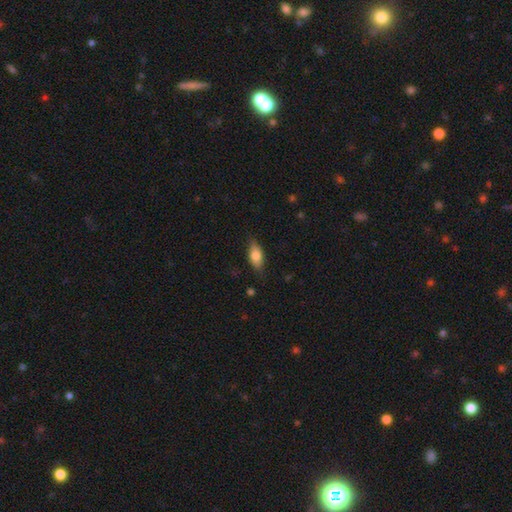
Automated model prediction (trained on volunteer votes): A smooth galaxy with no disk features (75%) that is in between round and cigar-shaped (85%). Merging: none (77%).